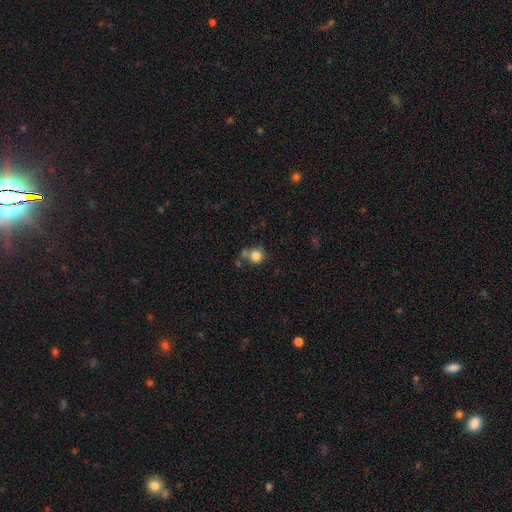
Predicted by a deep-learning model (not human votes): Smooth or featured?
  - smooth: 81% *
  - star or artifact: 11%
  - featured or disk: 8%
How rounded?
  - round: 88% *
  - in between: 11%
  - cigar-shaped: 1%
Merging?
  - none: 57% *
  - merger: 24%
  - minor disturbance: 14%
  - major disturbance: 6%